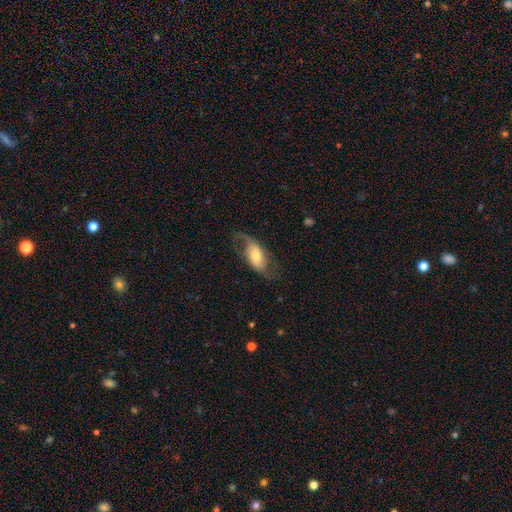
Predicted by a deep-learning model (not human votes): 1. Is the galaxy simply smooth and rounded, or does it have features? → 66% featured or disk, 27% smooth, 7% star or artifact.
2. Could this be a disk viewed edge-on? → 92% no, 8% yes.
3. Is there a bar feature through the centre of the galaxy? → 40% no, 39% weak, 21% strong.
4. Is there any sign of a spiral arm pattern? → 88% yes, 12% no.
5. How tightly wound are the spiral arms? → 64% loose, 28% medium, 8% tight.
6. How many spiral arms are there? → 83% 2, 8% 1, 6% can't tell, 1% 3, 1% 4, 1% more than 4.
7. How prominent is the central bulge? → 53% moderate, 31% small, 11% large, 3% none, 2% dominant.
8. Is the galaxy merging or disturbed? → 63% none, 19% minor disturbance, 16% major disturbance, 2% merger.